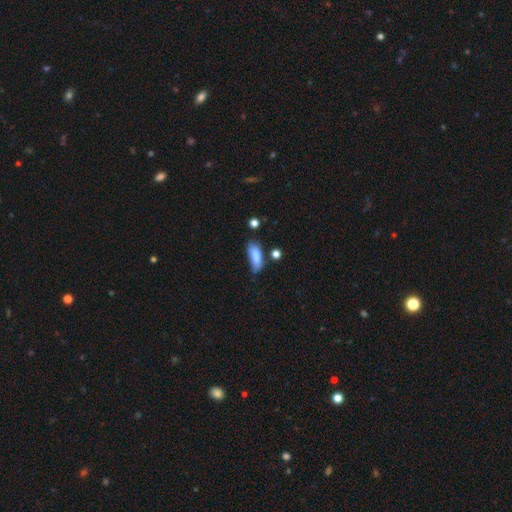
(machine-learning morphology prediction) Overall: smooth (80%). How rounded: in between (70%). Merging: none (44%; minor disturbance 32%).